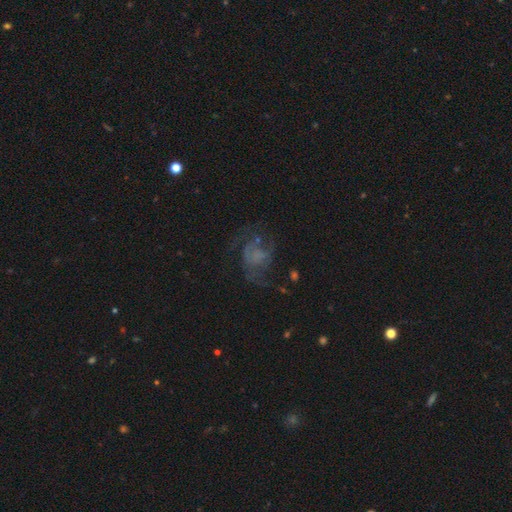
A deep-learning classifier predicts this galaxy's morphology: Smooth or featured? featured or disk (53%)
Edge-on disk? no (98%)
Bar? no (77%)
Spiral arms? yes (62%)
Bulge size? none (63%)
Merging? none (46%)